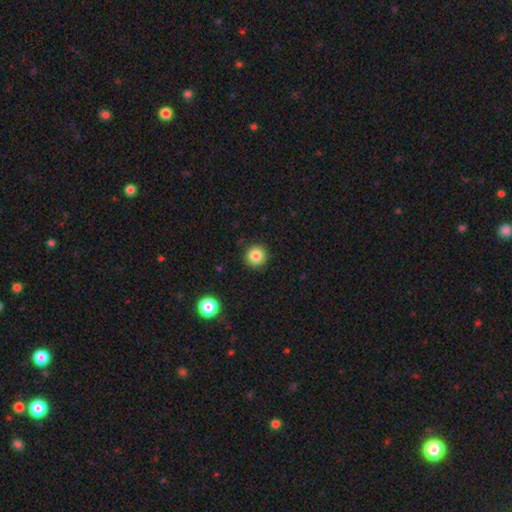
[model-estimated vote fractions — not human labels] A smooth galaxy with no disk features (84%) that is round (95%).

Vote fractions:
- Smooth or featured? smooth: 84% / star or artifact: 11% / featured or disk: 5%
- How rounded? round: 95% / in between: 4% / cigar-shaped: 1%
- Merging? none: 91% / minor disturbance: 6% / major disturbance: 2% / merger: 1%